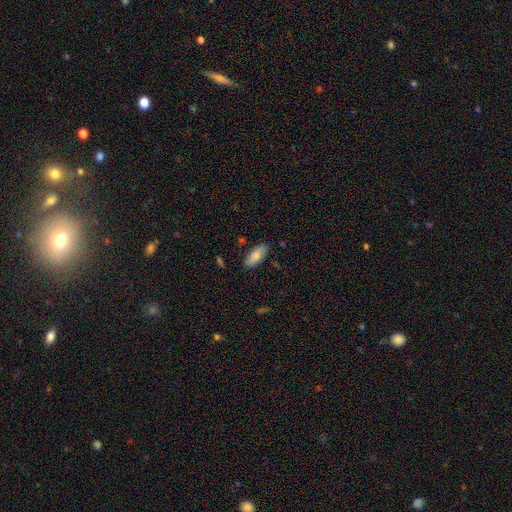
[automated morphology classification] Smooth or featured? Predicted: smooth (p=0.80). How rounded? Predicted: in between (p=0.82). Merging? Predicted: none (p=0.83).